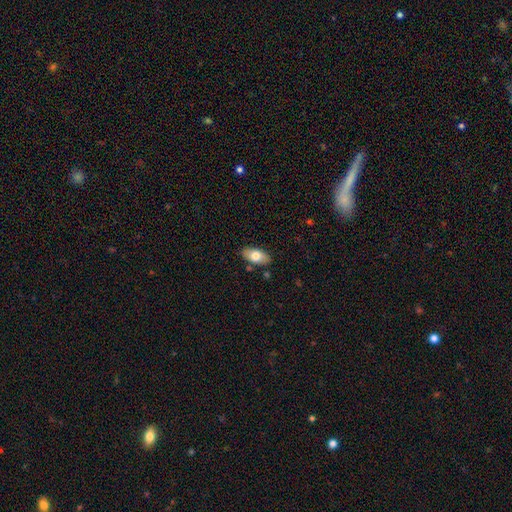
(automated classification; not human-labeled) This is likely a smooth galaxy (72%). How rounded: clearly in between (92%). Merging: clearly none (84%).